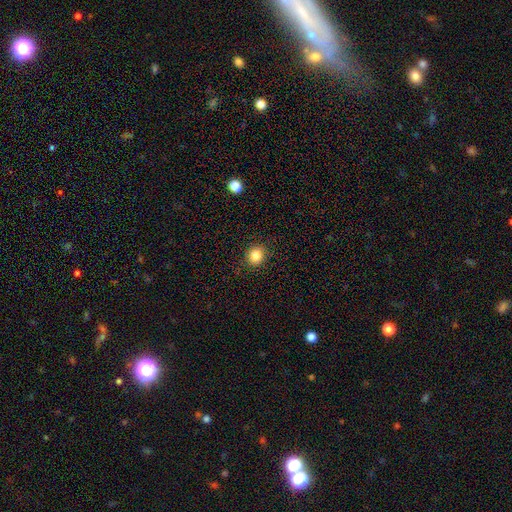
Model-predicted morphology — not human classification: Overall: smooth (85%). How rounded: round (83%). Merging: none (90%).